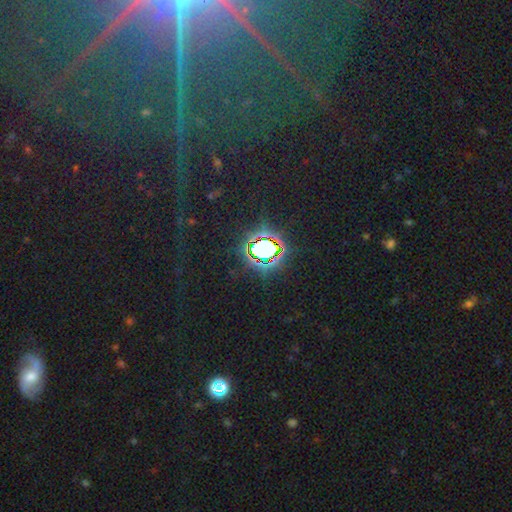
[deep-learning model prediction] smooth_or_featured: star or artifact (p=0.83) [alt: smooth p=0.10]